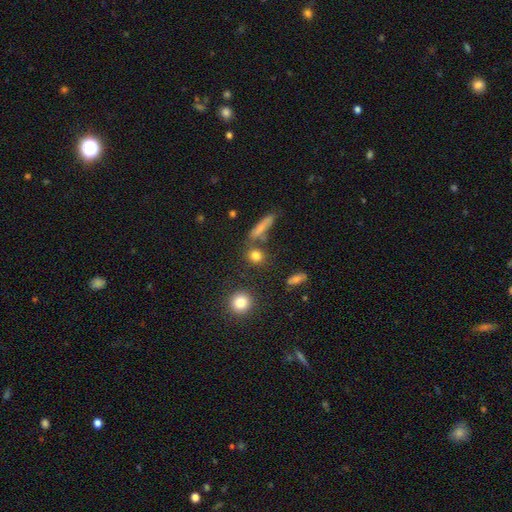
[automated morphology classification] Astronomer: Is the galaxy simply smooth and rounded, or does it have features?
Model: smooth — 79%.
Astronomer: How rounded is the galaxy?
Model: round — 74%.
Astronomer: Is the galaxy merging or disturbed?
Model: none — 72%.